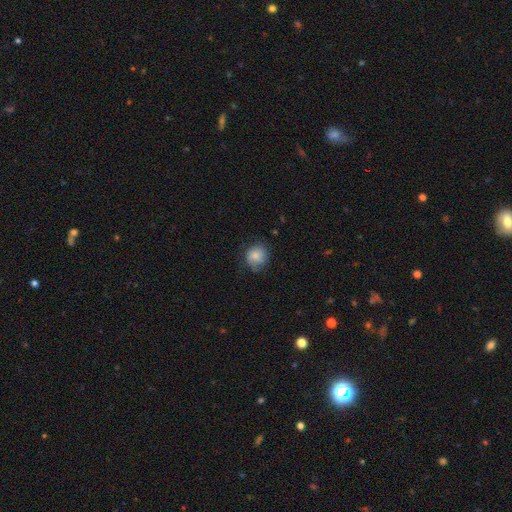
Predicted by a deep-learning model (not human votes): A smooth galaxy with no disk features (78%) that is round (78%).

Vote fractions:
- Smooth or featured? smooth: 78% / featured or disk: 14% / star or artifact: 8%
- How rounded? round: 78% / in between: 21% / cigar-shaped: 1%
- Merging? none: 64% / minor disturbance: 26% / major disturbance: 9% / merger: 1%